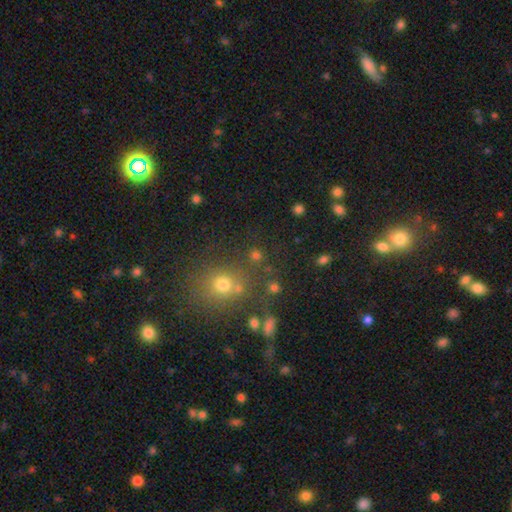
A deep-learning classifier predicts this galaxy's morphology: smooth_or_featured: smooth (p=0.67) [alt: star or artifact p=0.25]
how_rounded: round (p=0.87) [alt: in between p=0.11]
merging: none (p=0.74) [alt: merger p=0.12]